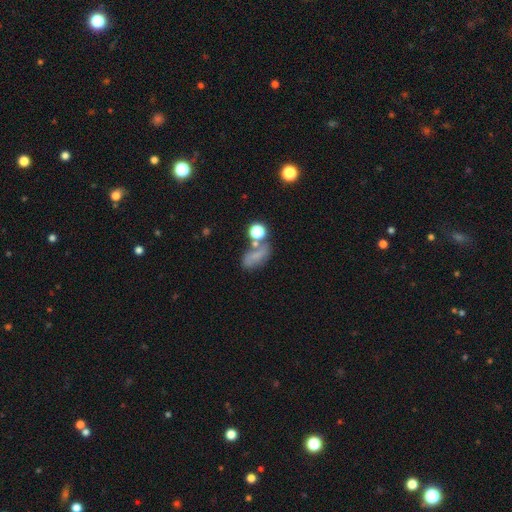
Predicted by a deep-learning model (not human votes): smooth_or_featured: smooth (p=0.56) [alt: featured or disk p=0.26]
how_rounded: in between (p=0.74) [alt: round p=0.20]
merging: none (p=0.45) [alt: merger p=0.21]